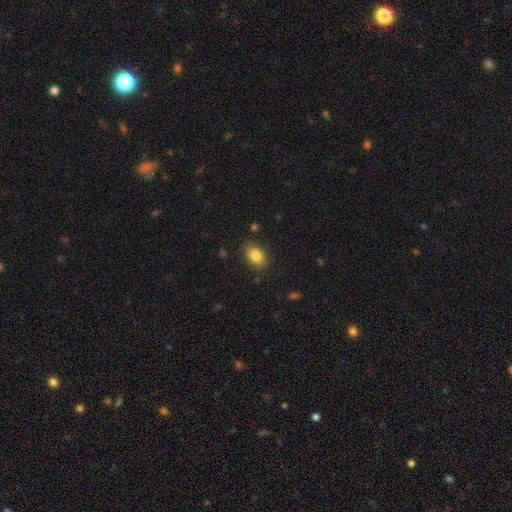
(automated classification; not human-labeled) Smooth or featured? smooth (85%)
How rounded? in between (64%)
Merging? none (84%)